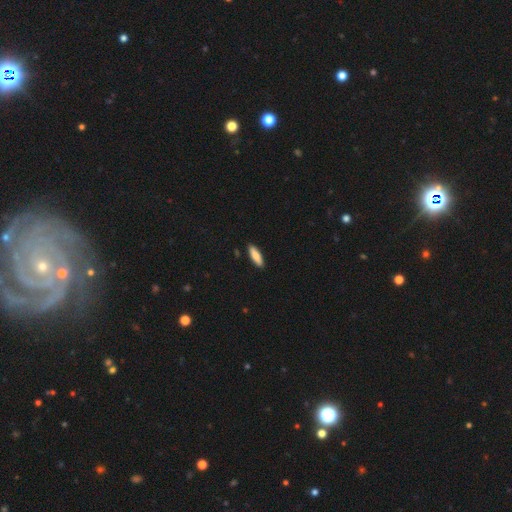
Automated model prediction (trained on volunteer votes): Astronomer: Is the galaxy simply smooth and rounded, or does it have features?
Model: smooth — 84%.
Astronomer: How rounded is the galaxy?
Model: cigar-shaped — 54% (runner-up: in between, 45%).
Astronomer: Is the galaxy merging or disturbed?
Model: none — 90%.